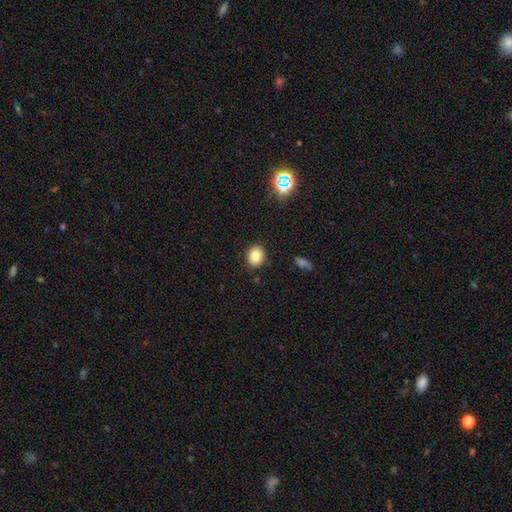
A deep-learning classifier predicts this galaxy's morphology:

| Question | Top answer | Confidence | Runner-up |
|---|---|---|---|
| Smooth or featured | smooth | 81% | star or artifact (12%) |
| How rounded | round | 69% | in between (30%) |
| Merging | none | 89% | minor disturbance (7%) |